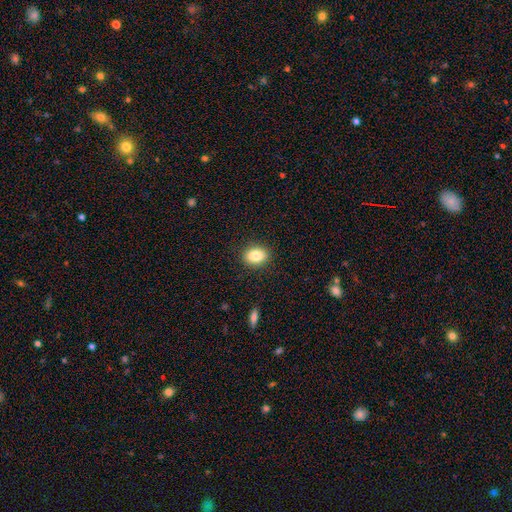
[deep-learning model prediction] This is clearly a smooth galaxy (85%). How rounded: likely in between (68%). Merging: clearly none (89%).